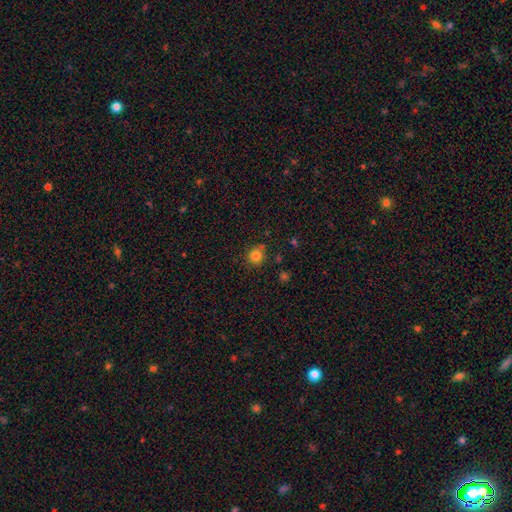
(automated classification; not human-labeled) Smooth or featured: smooth — 82% (star or artifact — 13%)
How rounded: round — 91% (in between — 8%)
Merging: none — 78% (minor disturbance — 14%)